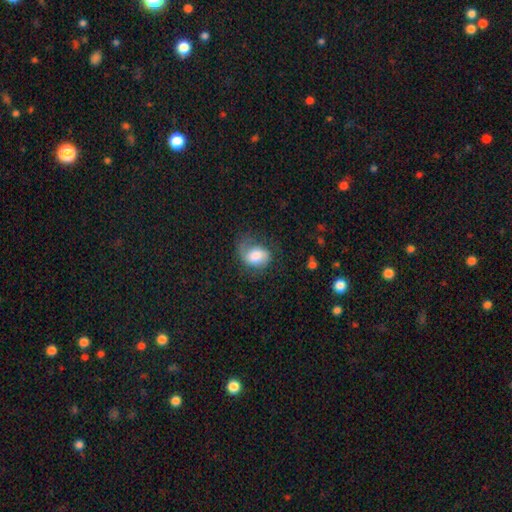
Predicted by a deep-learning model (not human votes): Smooth or featured? smooth (58%)
How rounded? in between (66%)
Merging? none (46%)